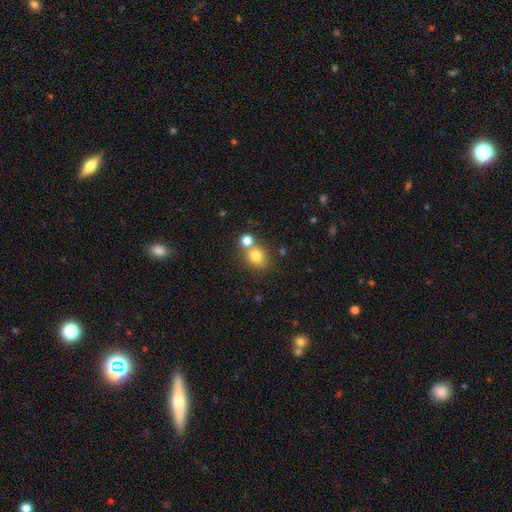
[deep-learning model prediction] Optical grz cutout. It shows a smooth galaxy with no disk features (78%) that is round (71%). Merging: none (54%).